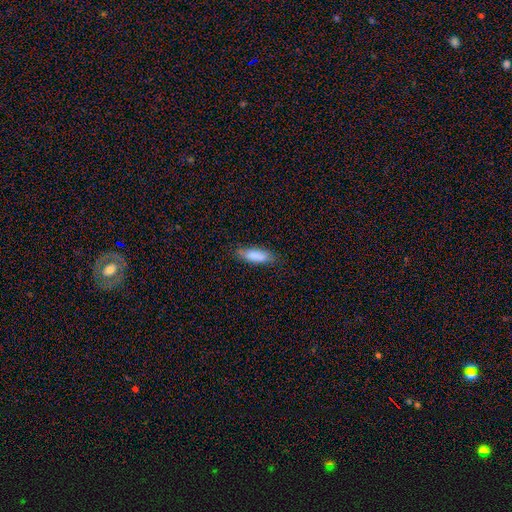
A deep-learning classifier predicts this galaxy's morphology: Overall: smooth (83%). How rounded: in between (50%; cigar-shaped 48%). Merging: none (75%).